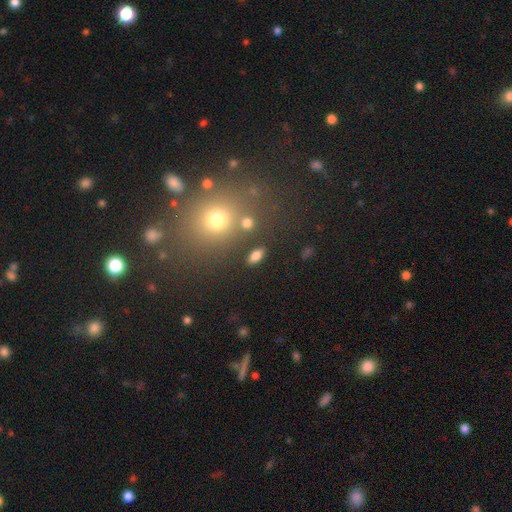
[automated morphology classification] A smooth galaxy with no disk features (81%) that is in between round and cigar-shaped (86%). Merging: none (85%).